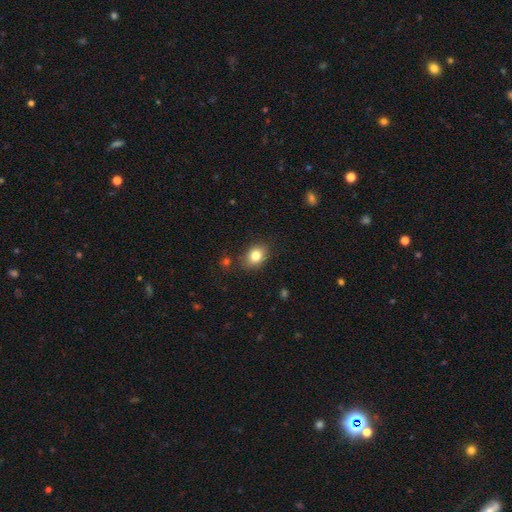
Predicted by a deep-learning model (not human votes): Smooth or featured?
  - smooth: 82% *
  - star or artifact: 10%
  - featured or disk: 8%
How rounded?
  - in between: 63% *
  - round: 35%
  - cigar-shaped: 1%
Merging?
  - none: 83% *
  - minor disturbance: 12%
  - major disturbance: 3%
  - merger: 2%